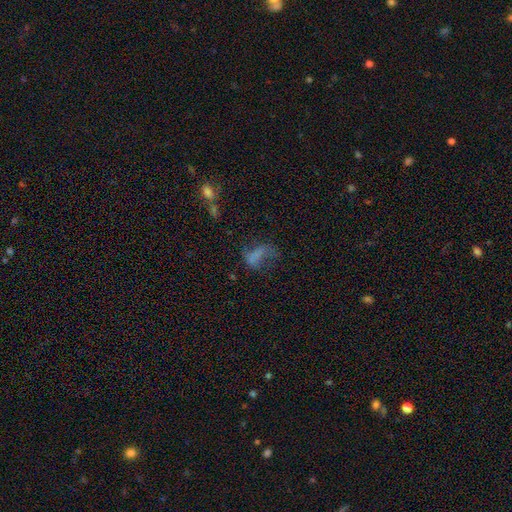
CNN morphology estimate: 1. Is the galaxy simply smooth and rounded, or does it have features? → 52% smooth, 27% featured or disk, 21% star or artifact.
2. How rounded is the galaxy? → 78% in between, 11% cigar-shaped, 10% round.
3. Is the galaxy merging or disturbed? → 41% major disturbance, 30% none, 19% minor disturbance, 9% merger.